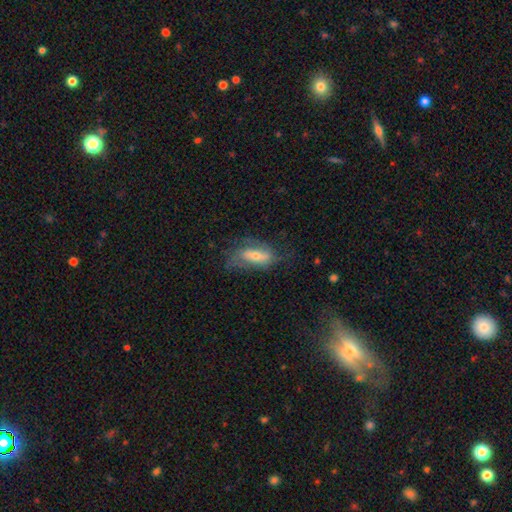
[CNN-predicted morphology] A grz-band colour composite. It shows a featured or disk galaxy (55%). Merging: none (57%).